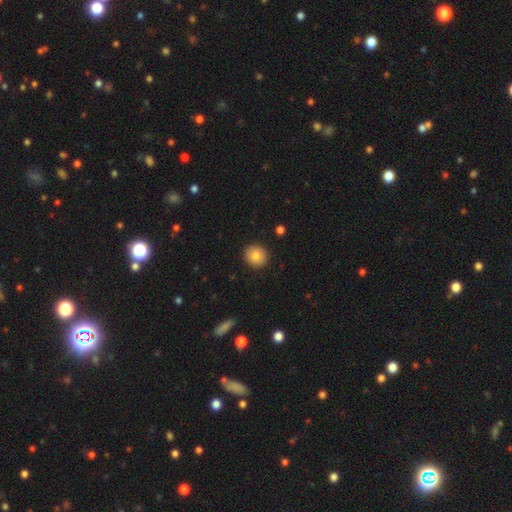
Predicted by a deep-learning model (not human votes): Smooth or featured: smooth — 82% (featured or disk — 9%)
How rounded: round — 85% (in between — 14%)
Merging: none — 92% (minor disturbance — 6%)